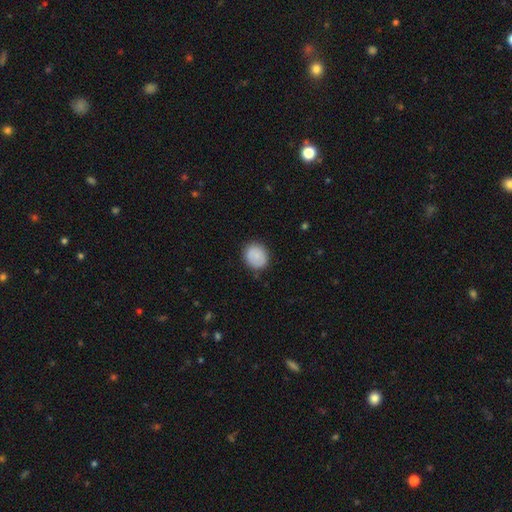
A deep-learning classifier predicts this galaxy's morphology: Smooth or featured? Predicted: smooth (p=0.82). How rounded? Predicted: round (p=0.71). Merging? Predicted: none (p=0.84).